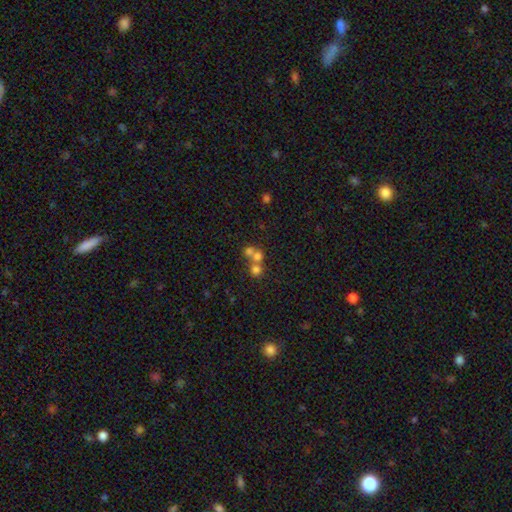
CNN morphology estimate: Smooth or featured? Predicted: smooth (p=0.66). How rounded? Predicted: round (p=0.85). Merging? Predicted: merger (p=0.54).